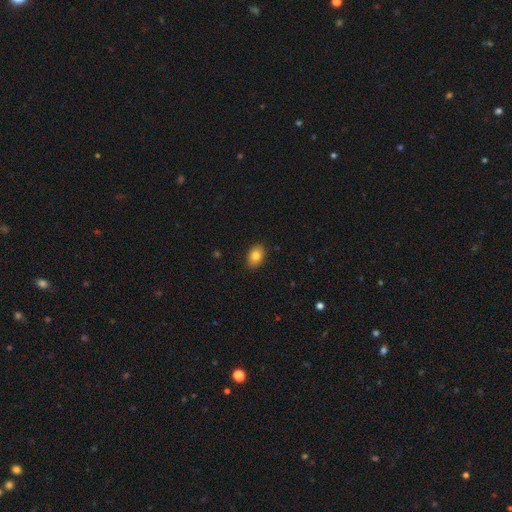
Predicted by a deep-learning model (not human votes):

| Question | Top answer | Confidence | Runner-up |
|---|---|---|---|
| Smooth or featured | smooth | 83% | star or artifact (9%) |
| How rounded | in between | 78% | round (21%) |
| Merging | none | 88% | minor disturbance (9%) |